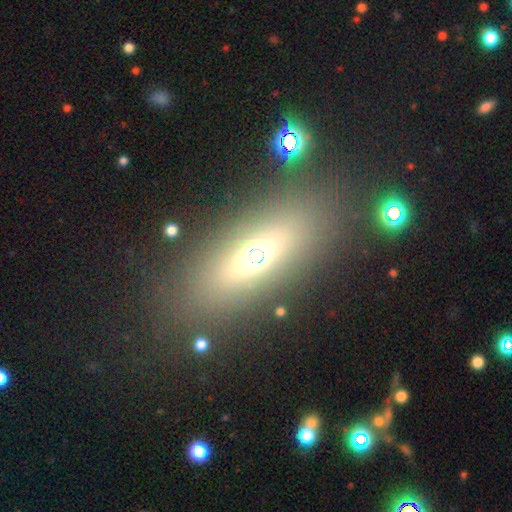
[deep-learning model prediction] Q: Smooth or featured?
A: smooth (57%); runner-up: featured or disk (25%)
Q: How rounded?
A: in between (68%); runner-up: cigar-shaped (25%)
Q: Merging?
A: none (79%); runner-up: minor disturbance (10%)